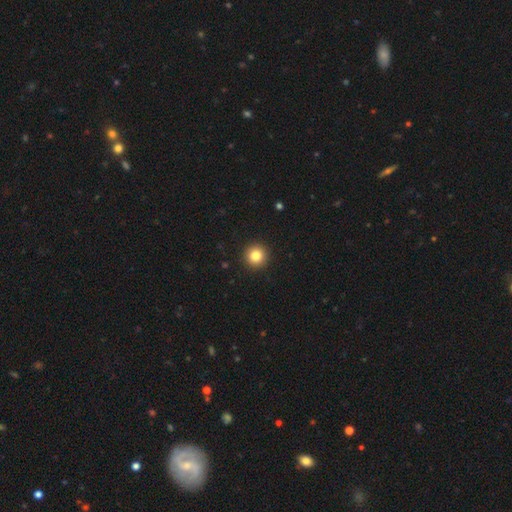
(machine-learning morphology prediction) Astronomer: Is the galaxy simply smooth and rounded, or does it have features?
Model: smooth — 83%.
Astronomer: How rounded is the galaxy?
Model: round — 96%.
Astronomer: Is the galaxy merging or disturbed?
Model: none — 93%.